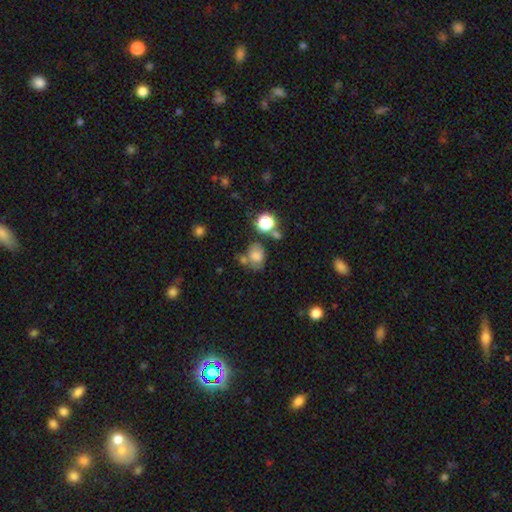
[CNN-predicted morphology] Smooth or featured: smooth — 72% (featured or disk — 14%)
How rounded: in between — 64% (round — 35%)
Merging: none — 47% (merger — 22%)